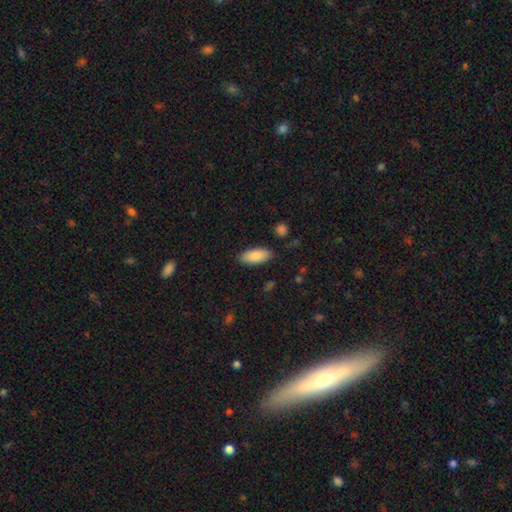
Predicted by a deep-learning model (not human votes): Overall: smooth (87%). How rounded: in between (87%). Merging: none (86%).